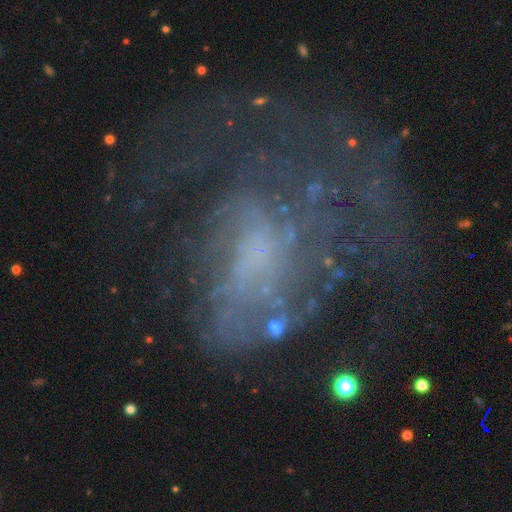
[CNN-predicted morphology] A featured or disk galaxy (67%) with no bar (72%), spiral arms (53%) and no central bulge (52%).

Vote fractions:
- Smooth or featured? featured or disk: 67% / smooth: 17% / star or artifact: 16%
- Edge-on disk? no: 97% / yes: 3%
- Bar? no: 72% / weak: 22% / strong: 6%
- Spiral arms? yes: 53% / no: 47%
- Bulge size? none: 52% / small: 26% / moderate: 15% / large: 5% / dominant: 2%
- Merging? major disturbance: 48% / none: 31% / minor disturbance: 16% / merger: 5%